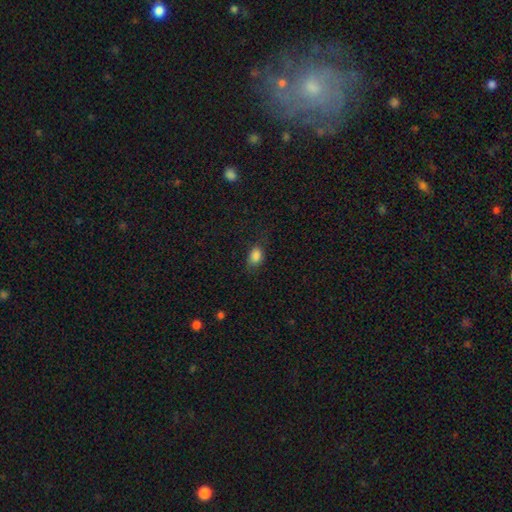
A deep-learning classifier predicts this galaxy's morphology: smooth 84%, star or artifact 10%, featured or disk 5%. Down the decision tree: how rounded — in between (82%); merging — none (70%).